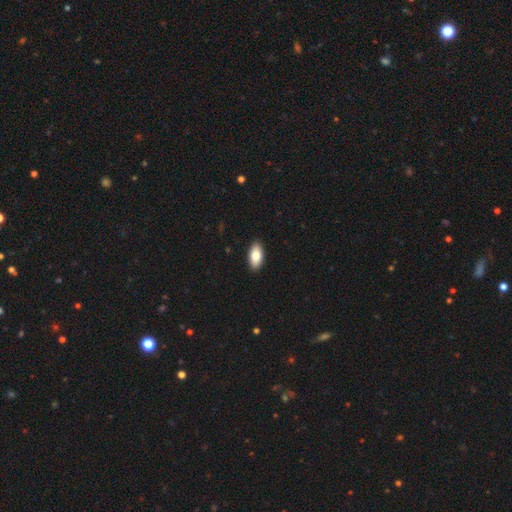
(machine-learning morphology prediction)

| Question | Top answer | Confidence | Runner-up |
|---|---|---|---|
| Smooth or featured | smooth | 80% | featured or disk (13%) |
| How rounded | in between | 92% | cigar-shaped (6%) |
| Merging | none | 91% | minor disturbance (7%) |